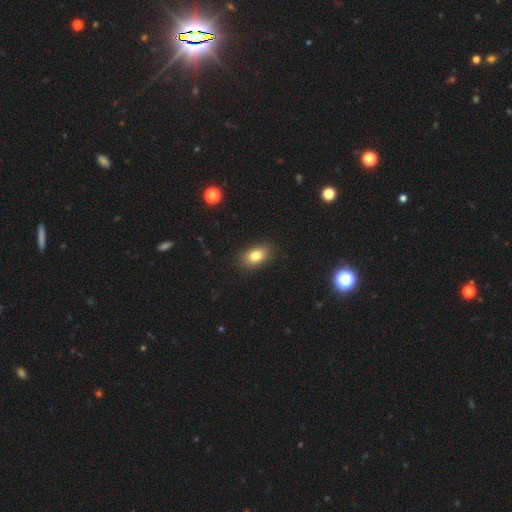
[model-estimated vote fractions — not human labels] Smooth or featured?
  - smooth: 81% *
  - featured or disk: 10%
  - star or artifact: 9%
How rounded?
  - in between: 85% *
  - round: 12%
  - cigar-shaped: 2%
Merging?
  - none: 87% *
  - minor disturbance: 9%
  - major disturbance: 2%
  - merger: 1%